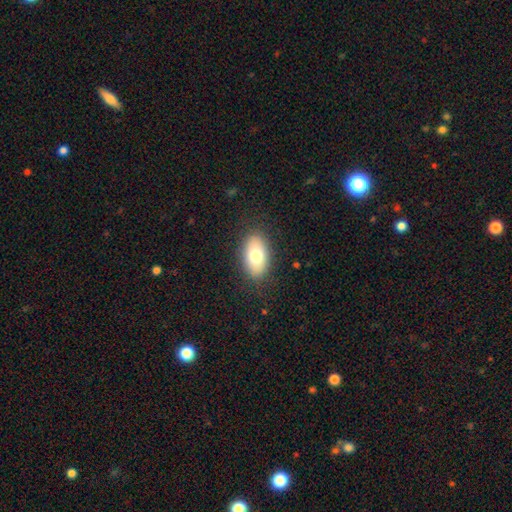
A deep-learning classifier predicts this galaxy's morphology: Smooth or featured? smooth (75%)
How rounded? in between (92%)
Merging? none (86%)